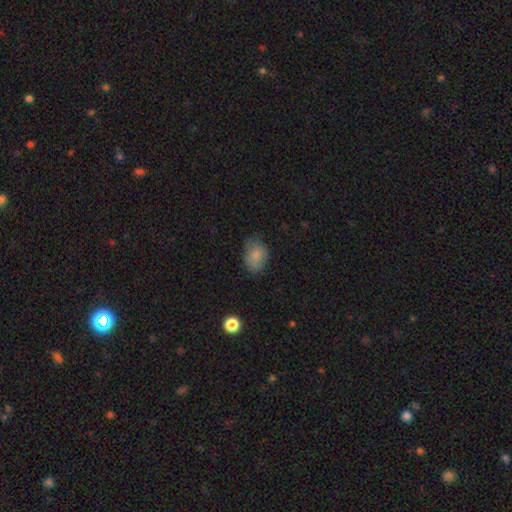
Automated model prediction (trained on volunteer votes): This is likely a smooth galaxy (80%). How rounded: likely in between (68%). Merging: likely none (66%).